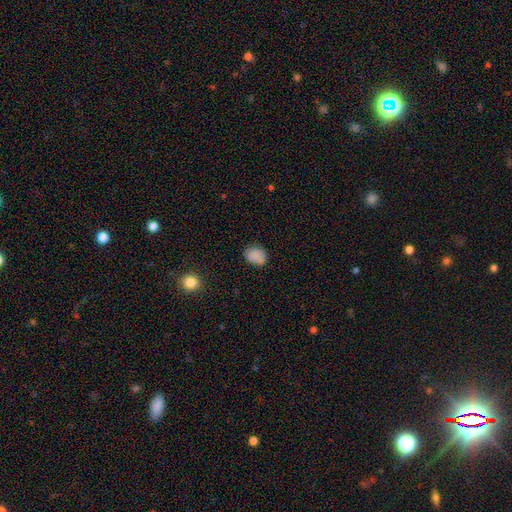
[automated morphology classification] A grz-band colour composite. It shows a smooth galaxy with no disk features (85%) that is in between round and cigar-shaped (54%). Merging: none (71%).